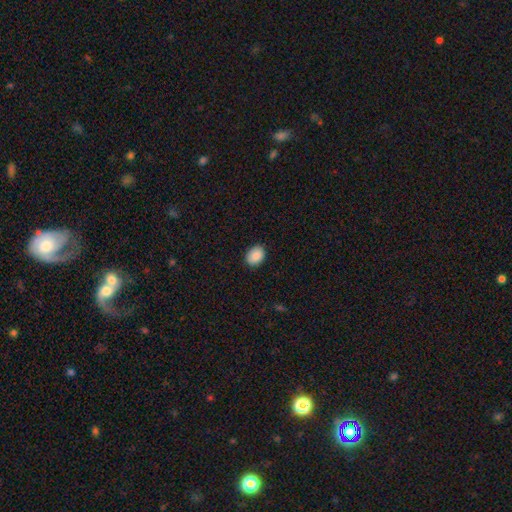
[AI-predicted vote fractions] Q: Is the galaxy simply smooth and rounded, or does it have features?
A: smooth — 89%.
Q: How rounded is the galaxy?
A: in between — 65%.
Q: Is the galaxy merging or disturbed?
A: none — 87%.